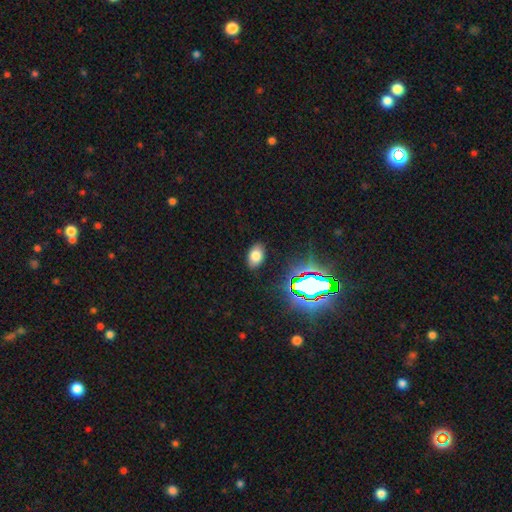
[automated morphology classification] smooth_or_featured: smooth (p=0.72) [alt: star or artifact p=0.19]
how_rounded: in between (p=0.90) [alt: round p=0.08]
merging: none (p=0.85) [alt: minor disturbance p=0.11]